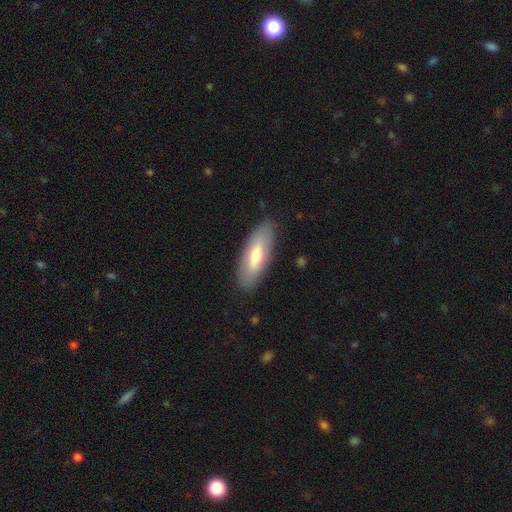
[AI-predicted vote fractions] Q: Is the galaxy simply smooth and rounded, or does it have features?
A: smooth — 61%.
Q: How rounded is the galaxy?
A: in between — 68%.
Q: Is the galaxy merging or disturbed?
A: none — 86%.